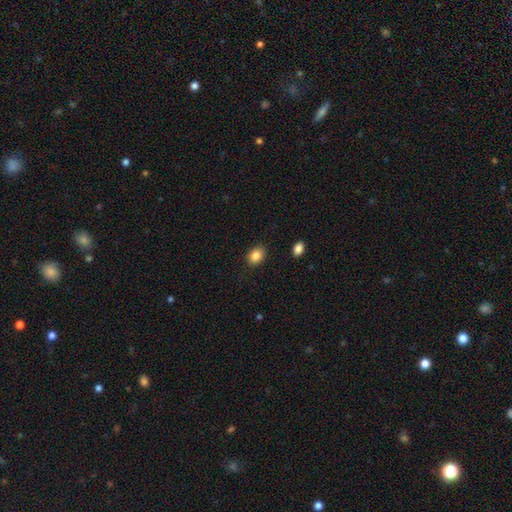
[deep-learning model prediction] Smooth or featured? Predicted: smooth (p=0.86). How rounded? Predicted: in between (p=0.71). Merging? Predicted: none (p=0.87).